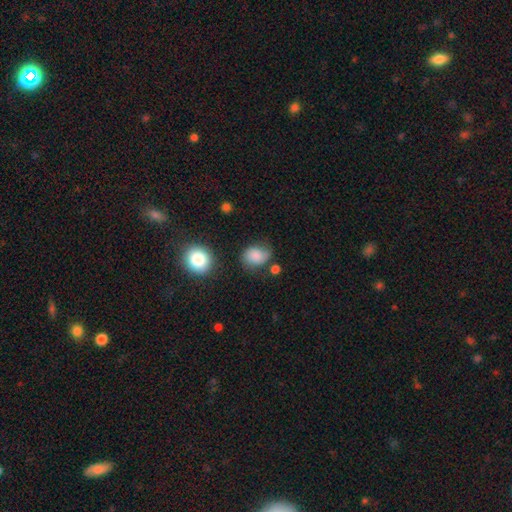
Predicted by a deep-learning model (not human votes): Smooth or featured? smooth (80%)
How rounded? in between (56%)
Merging? none (56%)